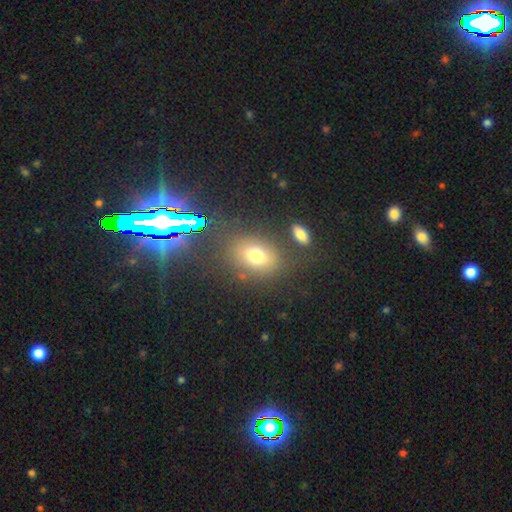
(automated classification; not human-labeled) Q: Smooth or featured?
A: smooth (71%); runner-up: star or artifact (16%)
Q: How rounded?
A: in between (68%); runner-up: round (30%)
Q: Merging?
A: none (73%); runner-up: minor disturbance (13%)